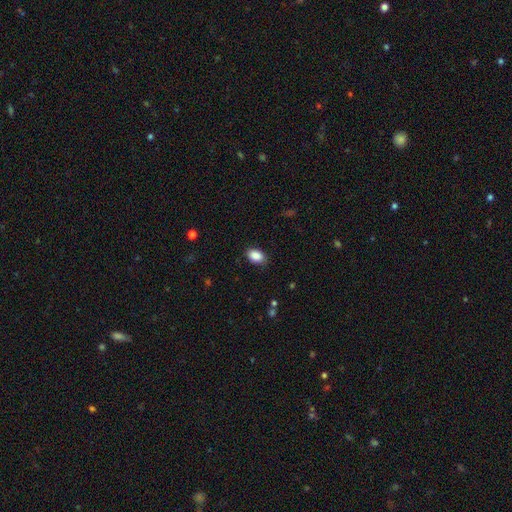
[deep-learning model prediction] Smooth or featured? Predicted: smooth (p=0.89). How rounded? Predicted: in between (p=0.88). Merging? Predicted: none (p=0.85).